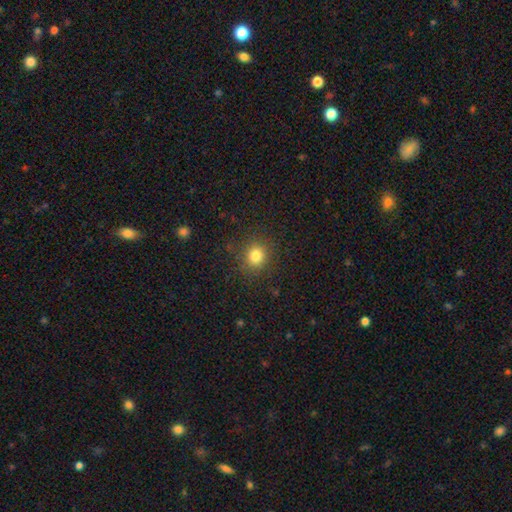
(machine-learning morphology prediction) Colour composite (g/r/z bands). It shows a smooth galaxy with no disk features (81%) that is round (84%). Merging: none (88%).